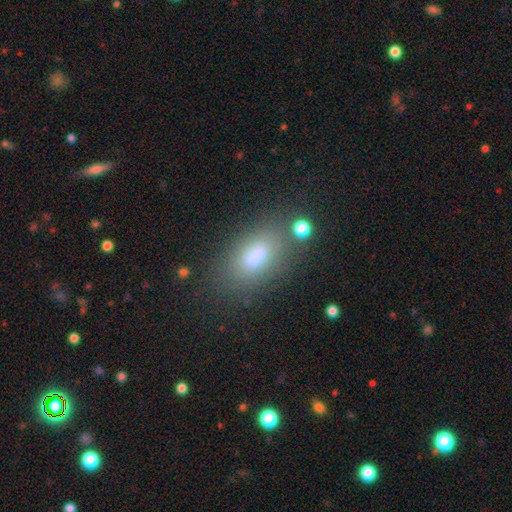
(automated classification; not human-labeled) Q: Smooth or featured?
A: smooth (79%); runner-up: star or artifact (11%)
Q: How rounded?
A: in between (89%); runner-up: round (6%)
Q: Merging?
A: none (72%); runner-up: minor disturbance (15%)